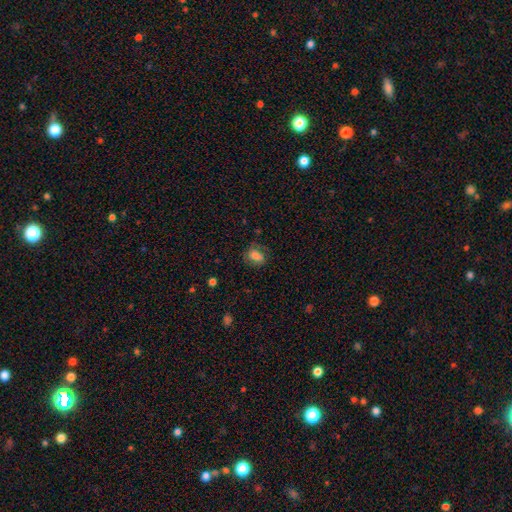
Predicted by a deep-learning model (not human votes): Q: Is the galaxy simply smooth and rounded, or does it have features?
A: smooth — 75%.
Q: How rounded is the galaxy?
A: in between — 69%.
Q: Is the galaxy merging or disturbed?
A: none — 69%.